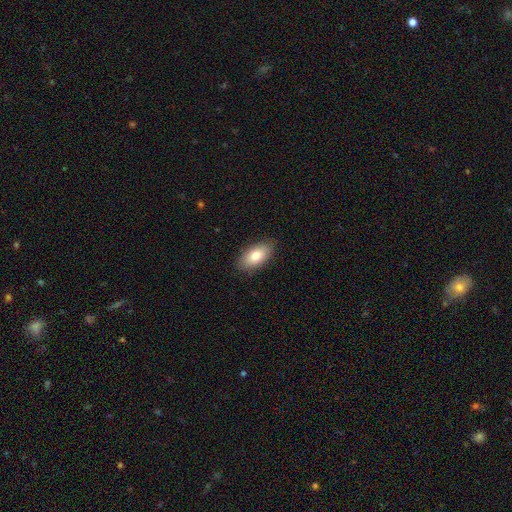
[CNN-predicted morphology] A smooth galaxy with no disk features (81%) that is in between round and cigar-shaped (92%). Merging: none (87%).